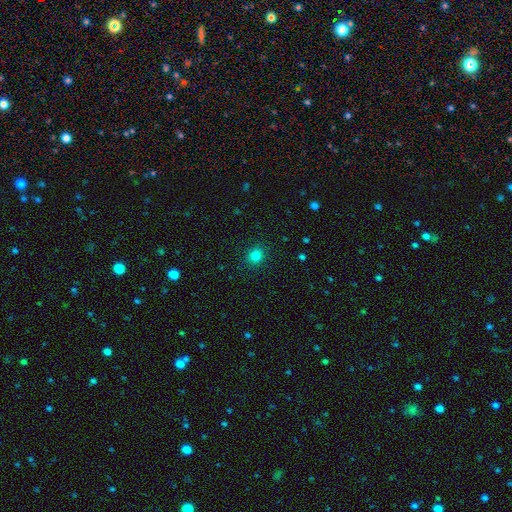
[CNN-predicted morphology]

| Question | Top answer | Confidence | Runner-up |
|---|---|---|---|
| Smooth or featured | smooth | 82% | star or artifact (14%) |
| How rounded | round | 78% | in between (21%) |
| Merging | none | 90% | minor disturbance (7%) |